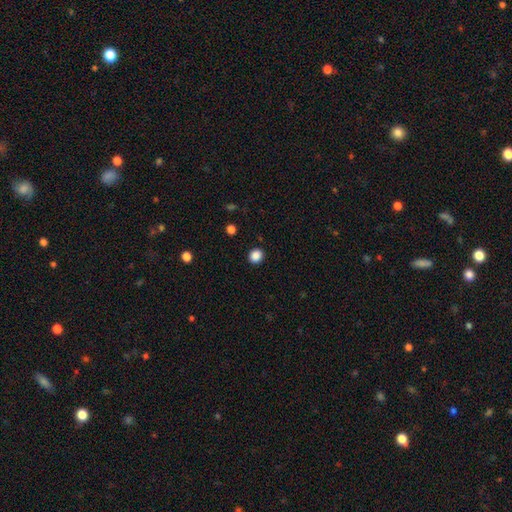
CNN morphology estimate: Smooth or featured? smooth (87%)
How rounded? round (81%)
Merging? none (91%)